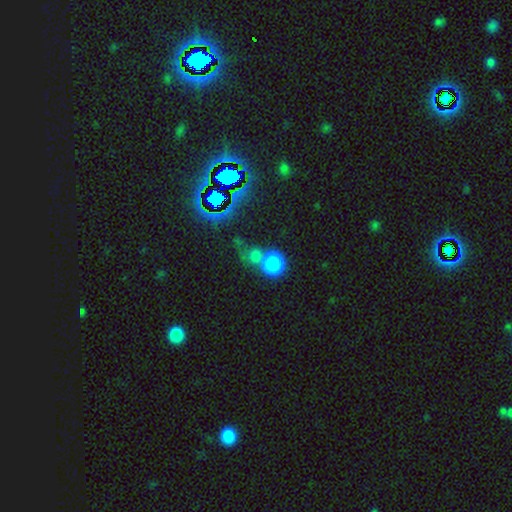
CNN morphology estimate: A smooth galaxy with no disk features (70%) that is round (81%).

Vote fractions:
- Smooth or featured? smooth: 70% / star or artifact: 21% / featured or disk: 9%
- How rounded? round: 81% / in between: 18% / cigar-shaped: 1%
- Merging? merger: 42% / none: 41% / minor disturbance: 10% / major disturbance: 7%